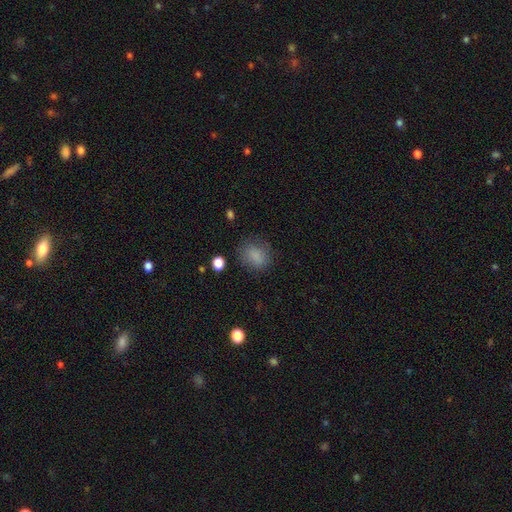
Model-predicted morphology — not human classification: Q: Smooth or featured?
A: smooth (84%); runner-up: star or artifact (10%)
Q: How rounded?
A: in between (50%); runner-up: round (48%)
Q: Merging?
A: none (76%); runner-up: minor disturbance (16%)